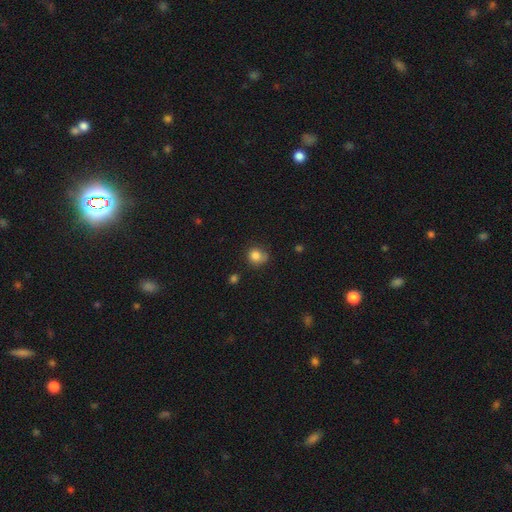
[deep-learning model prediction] This appears to be a smooth galaxy with no disk features (81%) that is round (80%). Merging: none (57%).